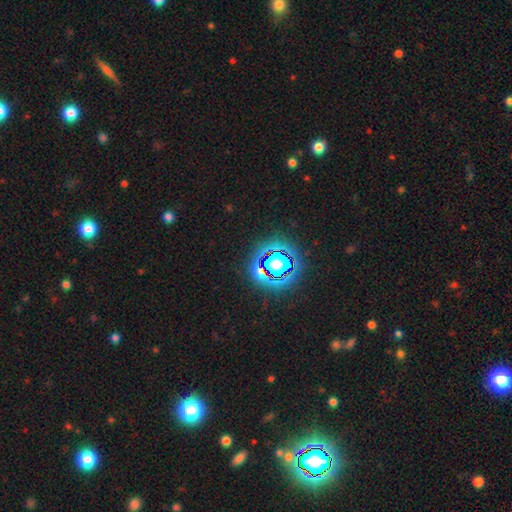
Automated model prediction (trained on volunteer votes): The model was most divided on "smooth or featured": star or artifact: 83%, smooth: 10%, featured or disk: 7%.